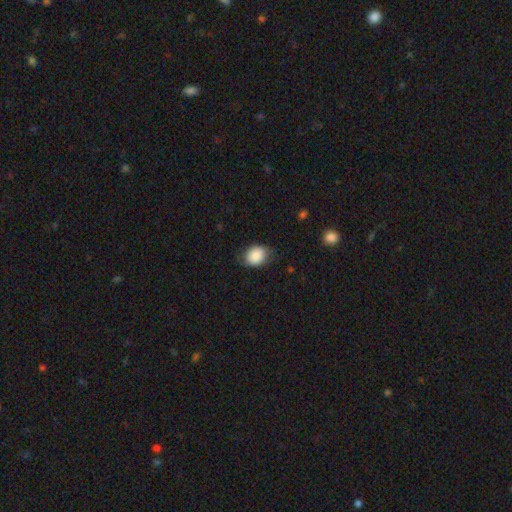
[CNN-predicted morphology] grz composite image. It shows a smooth galaxy with no disk features (87%) that is in between round and cigar-shaped (52%). Merging: none (73%).